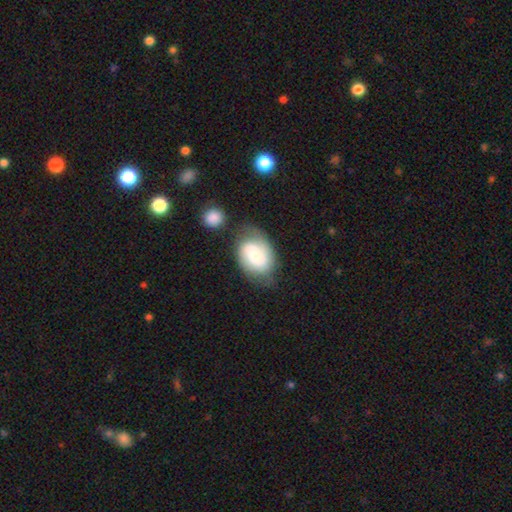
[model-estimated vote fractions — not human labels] Smooth or featured: featured or disk — 49% (smooth — 44%)
Merging: none — 55% (minor disturbance — 23%)